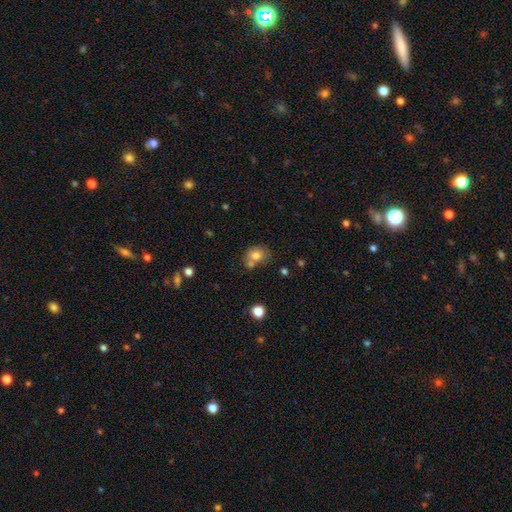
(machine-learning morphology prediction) The model was most divided on "how rounded": round: 52%, in between: 47%, cigar-shaped: 1%. Remaining: smooth or featured — smooth (78%); merging — none (49%).